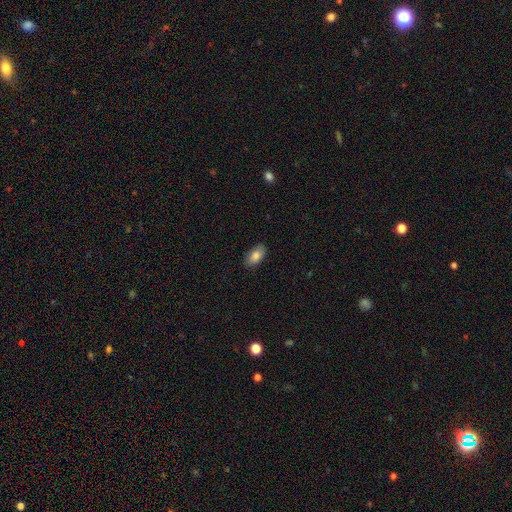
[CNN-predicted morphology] smooth 84%, featured or disk 10%, star or artifact 7%. Down the decision tree: how rounded — in between (93%); merging — none (86%).